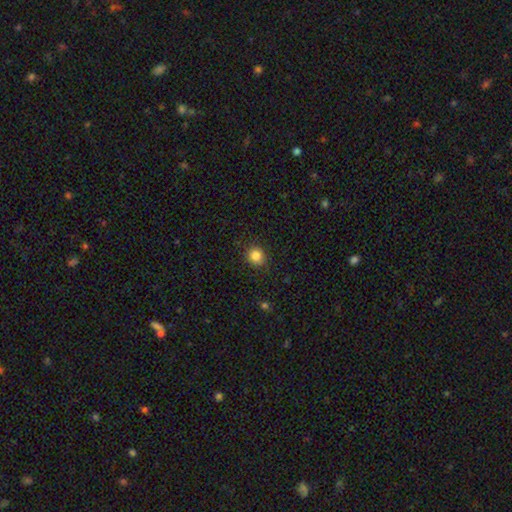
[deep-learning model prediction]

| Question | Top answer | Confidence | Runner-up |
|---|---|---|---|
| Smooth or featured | smooth | 84% | star or artifact (11%) |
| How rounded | round | 86% | in between (13%) |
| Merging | none | 89% | minor disturbance (7%) |